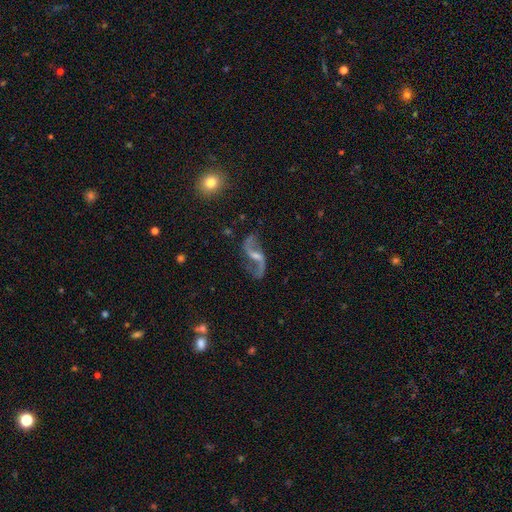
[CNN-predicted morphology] smooth_or_featured: featured or disk (p=0.91) [alt: star or artifact p=0.05]
disk_edge_on: no (p=0.97) [alt: yes p=0.03]
bar: weak (p=0.45) [alt: no p=0.31]
has_spiral_arms: yes (p=0.97) [alt: no p=0.03]
spiral_winding: loose (p=0.85) [alt: medium p=0.12]
spiral_arm_count: 2 (p=0.94) [alt: 1 p=0.02]
bulge_size: small (p=0.53) [alt: moderate p=0.31]
merging: none (p=0.77) [alt: minor disturbance p=0.13]